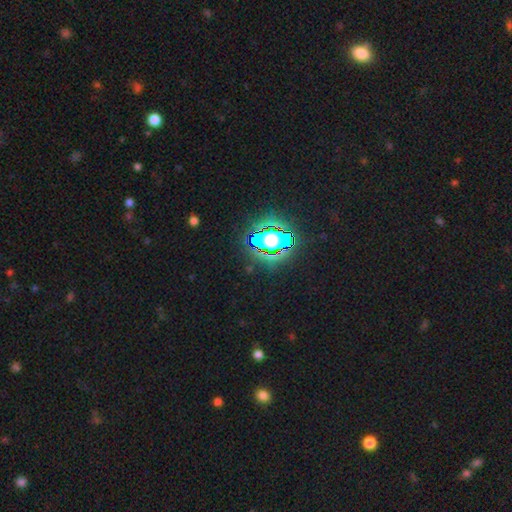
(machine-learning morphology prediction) This appears to be a star or artifact, not a galaxy (84%).